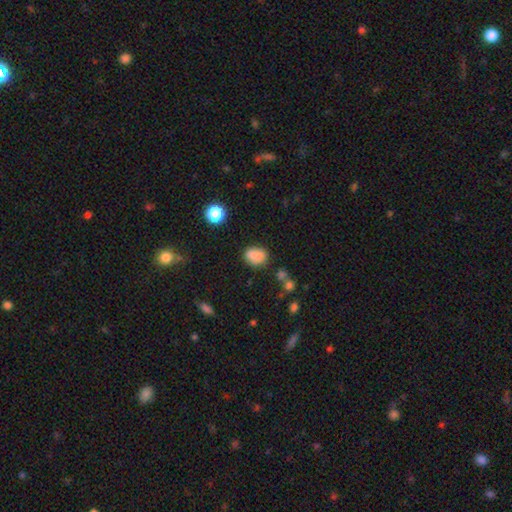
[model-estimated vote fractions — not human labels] smooth_or_featured: smooth (p=0.83) [alt: star or artifact p=0.11]
how_rounded: in between (p=0.75) [alt: round p=0.24]
merging: none (p=0.72) [alt: minor disturbance p=0.18]